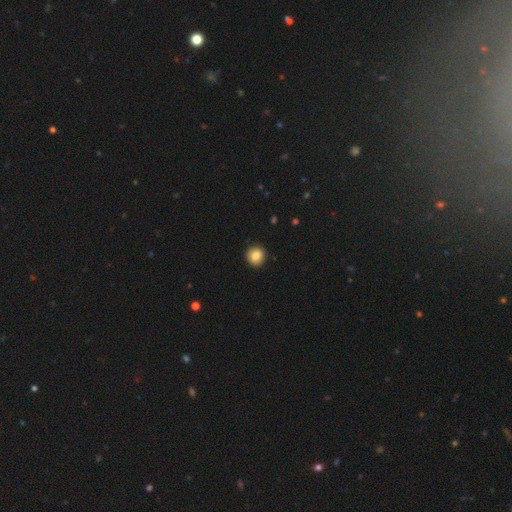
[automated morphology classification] A smooth galaxy with no disk features (87%) that is round (89%).

Vote fractions:
- Smooth or featured? smooth: 87% / star or artifact: 8% / featured or disk: 5%
- How rounded? round: 89% / in between: 10% / cigar-shaped: 1%
- Merging? none: 90% / minor disturbance: 7% / major disturbance: 2% / merger: 1%